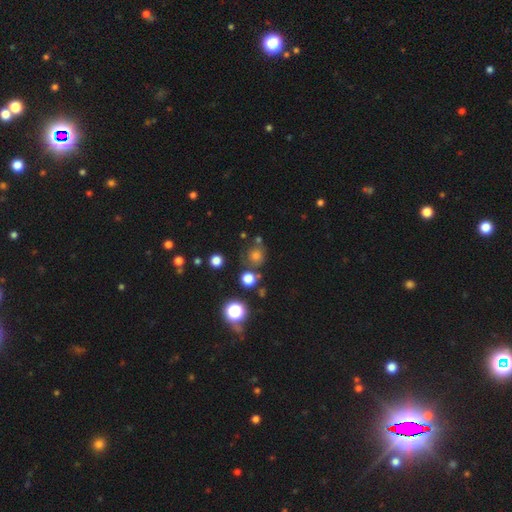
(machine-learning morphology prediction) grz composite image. It shows a smooth galaxy with no disk features (69%) that is round (89%). Merging: none (72%).